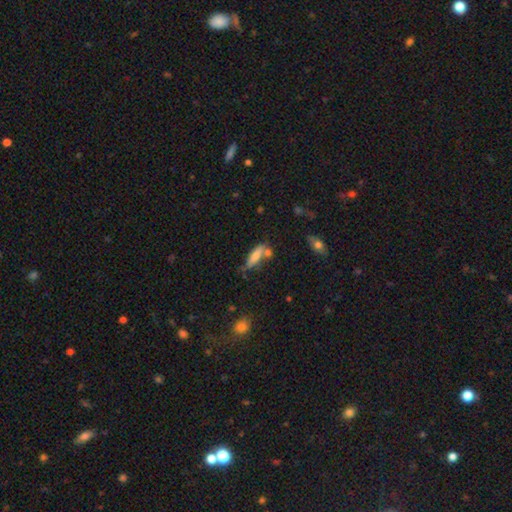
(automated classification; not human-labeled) This appears to be a smooth galaxy with no disk features (67%) that is cigar-shaped (64%). Merging: none (51%).